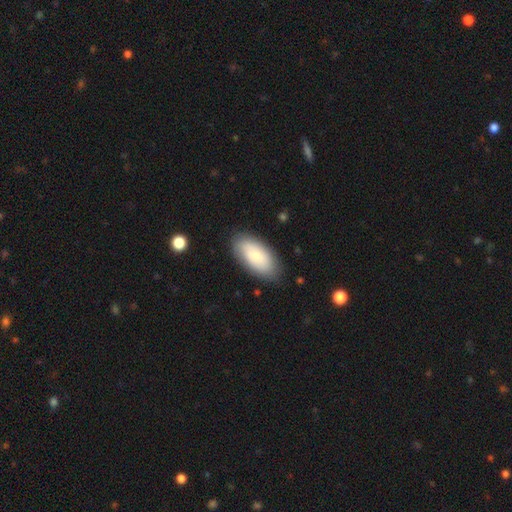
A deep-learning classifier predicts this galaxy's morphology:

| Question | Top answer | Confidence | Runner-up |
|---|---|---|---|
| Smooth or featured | smooth | 76% | featured or disk (18%) |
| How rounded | in between | 94% | cigar-shaped (4%) |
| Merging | none | 83% | minor disturbance (13%) |